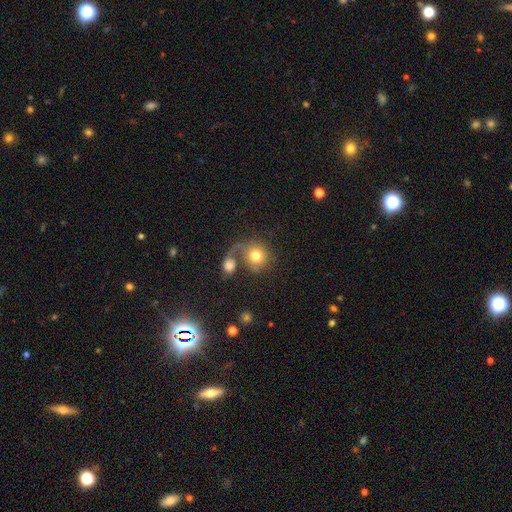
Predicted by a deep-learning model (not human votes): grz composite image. It shows a smooth galaxy with no disk features (72%) that is round (82%). Merging: merger (37%).